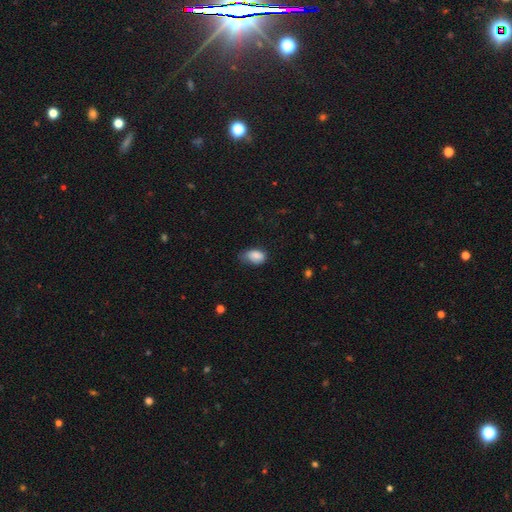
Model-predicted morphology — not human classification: The model was most divided on "merging": none: 46%, minor disturbance: 40%, major disturbance: 12%, merger: 2%. More confident: how rounded — in between (87%); smooth or featured — smooth (85%).